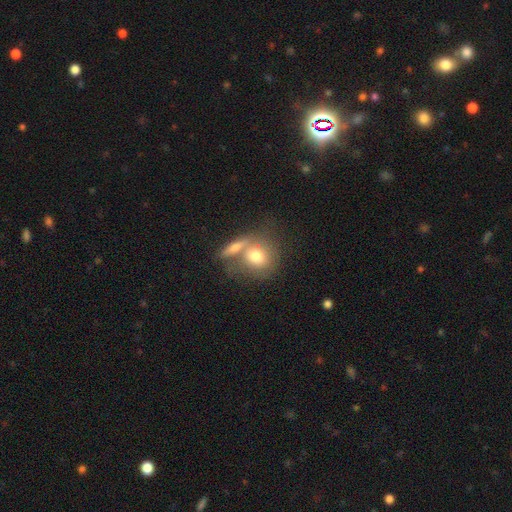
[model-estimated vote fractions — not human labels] Q: Smooth or featured?
A: smooth (70%); runner-up: featured or disk (22%)
Q: How rounded?
A: round (66%); runner-up: in between (31%)
Q: Merging?
A: merger (42%); runner-up: none (40%)